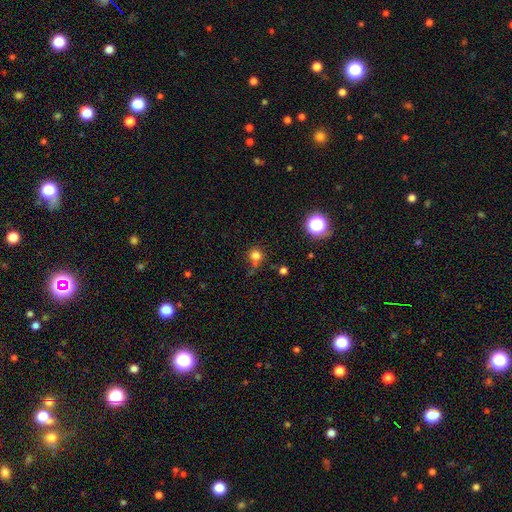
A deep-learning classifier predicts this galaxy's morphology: smooth-or-featured: smooth: 76% | star or artifact: 16% | featured or disk: 8%
  how-rounded: round: 88% | in between: 11% | cigar-shaped: 1%
  merging: none: 55% | minor disturbance: 19% | major disturbance: 13% | merger: 13%